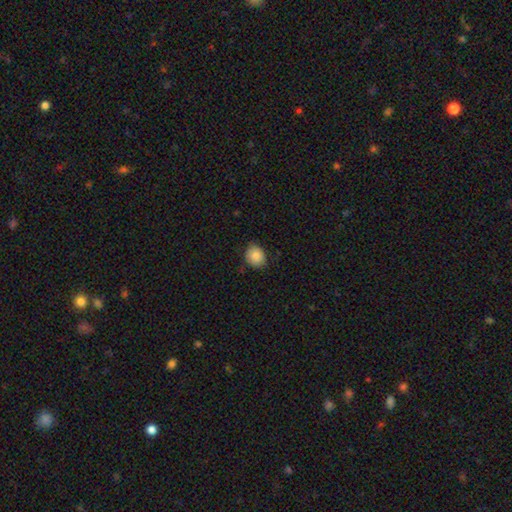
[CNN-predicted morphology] Smooth or featured?
  - smooth: 87% *
  - star or artifact: 8%
  - featured or disk: 5%
How rounded?
  - round: 64% *
  - in between: 35%
  - cigar-shaped: 1%
Merging?
  - none: 81% *
  - minor disturbance: 16%
  - major disturbance: 2%
  - merger: 1%